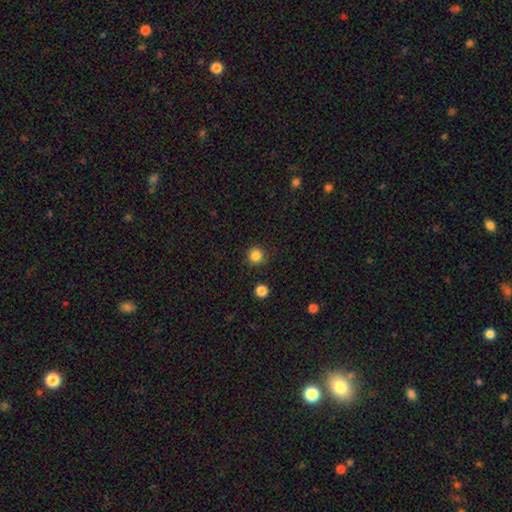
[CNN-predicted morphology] smooth 84%, star or artifact 12%, featured or disk 4%. Down the decision tree: how rounded — round (95%); merging — none (89%).